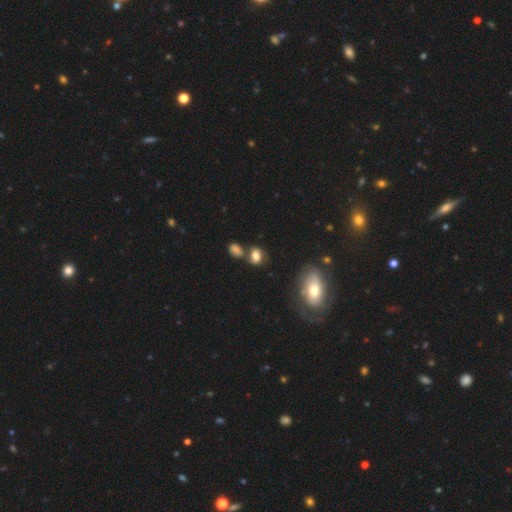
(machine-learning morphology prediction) This appears to be a smooth galaxy with no disk features (72%) that is in between round and cigar-shaped (66%). Merging: none (54%).